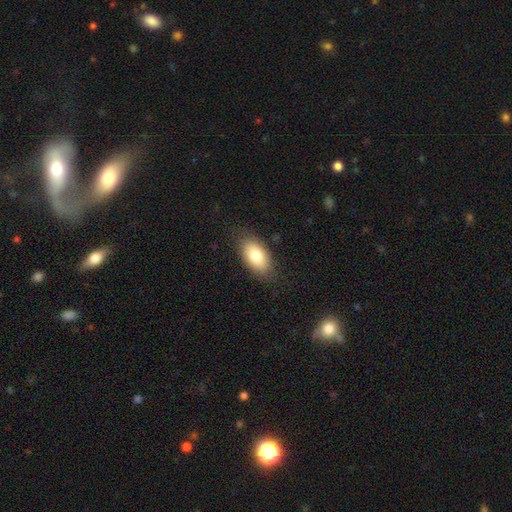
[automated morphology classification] Smooth or featured? Predicted: smooth (p=0.81). How rounded? Predicted: in between (p=0.93). Merging? Predicted: none (p=0.83).